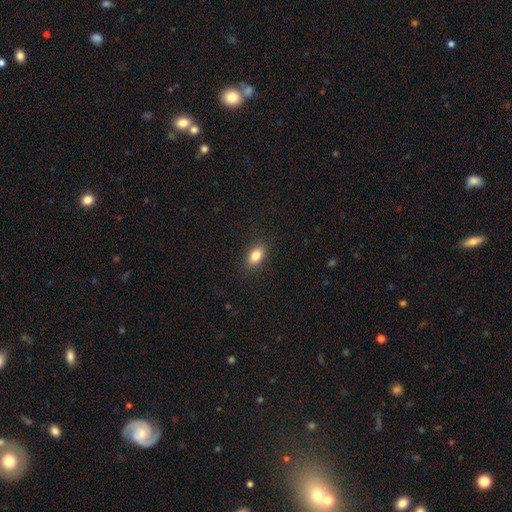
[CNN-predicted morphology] Overall: smooth (84%). How rounded: in between (89%). Merging: none (89%).